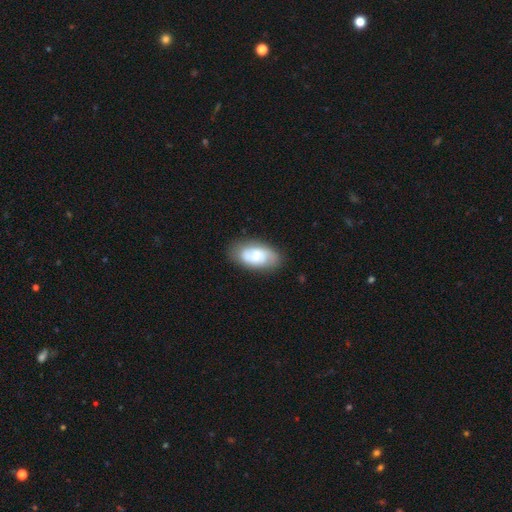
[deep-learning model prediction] This appears to be a smooth galaxy with no disk features (49%). Merging: none (73%).